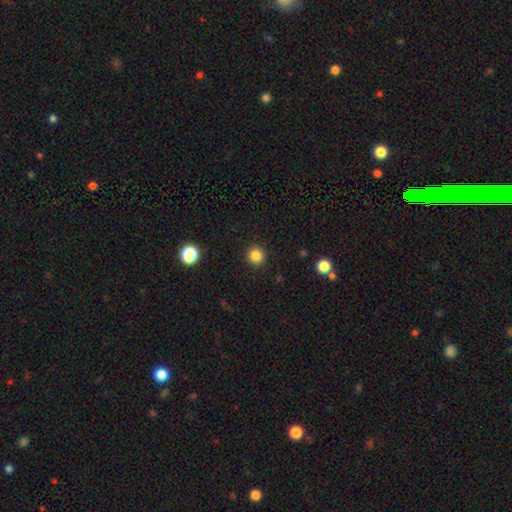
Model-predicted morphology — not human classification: A smooth galaxy with no disk features (85%) that is round (94%). Merging: none (93%).